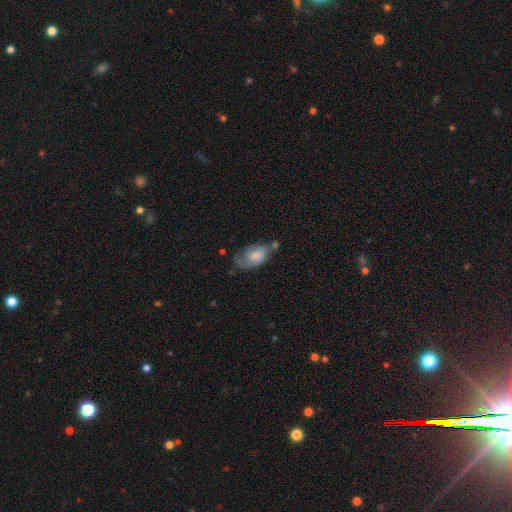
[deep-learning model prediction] Smooth or featured: smooth — 57% (featured or disk — 36%)
How rounded: in between — 91% (round — 6%)
Merging: none — 42% (minor disturbance — 31%)